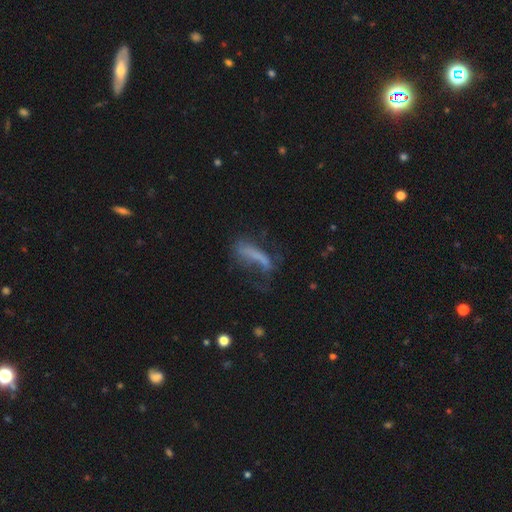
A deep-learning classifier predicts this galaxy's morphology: smooth_or_featured: smooth (p=0.51) [alt: featured or disk p=0.34]
how_rounded: cigar-shaped (p=0.59) [alt: in between p=0.37]
merging: major disturbance (p=0.41) [alt: none p=0.31]